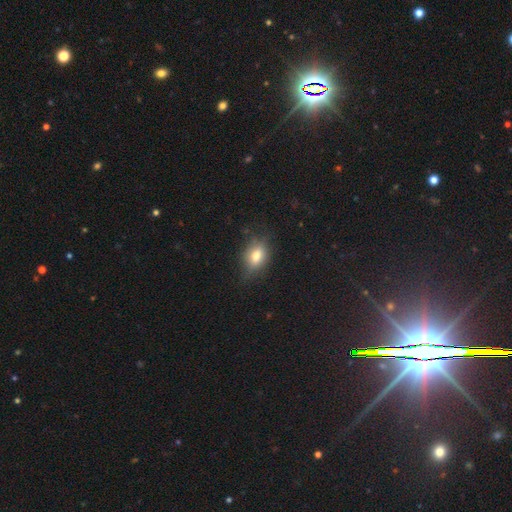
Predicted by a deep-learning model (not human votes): Smooth or featured? Predicted: smooth (p=0.70). How rounded? Predicted: in between (p=0.73). Merging? Predicted: none (p=0.73).